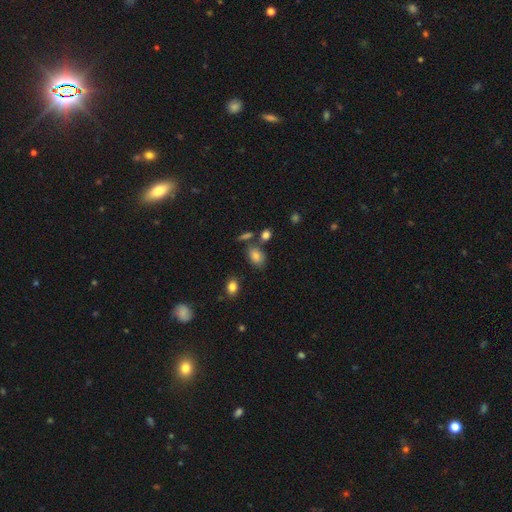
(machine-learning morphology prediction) Smooth or featured? smooth (81%)
How rounded? in between (80%)
Merging? none (64%)